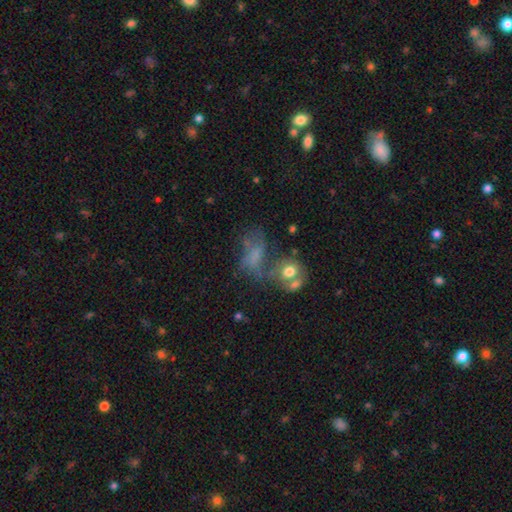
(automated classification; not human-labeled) Morphology: type=smooth (48%); merging=major disturbance (28%, tied with merger).